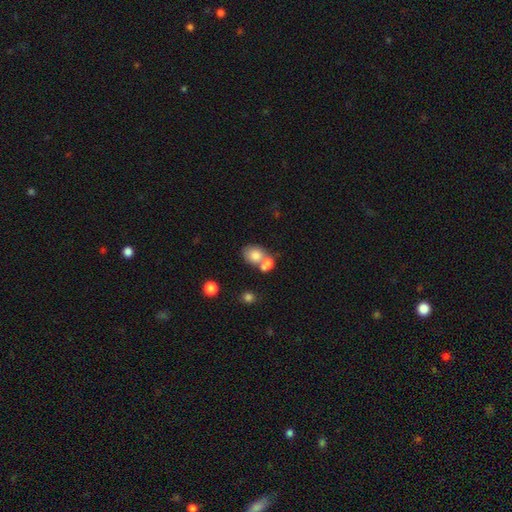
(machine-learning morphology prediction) This is likely a smooth galaxy (77%). How rounded: possibly in between (53%). Merging: possibly merger (55%).